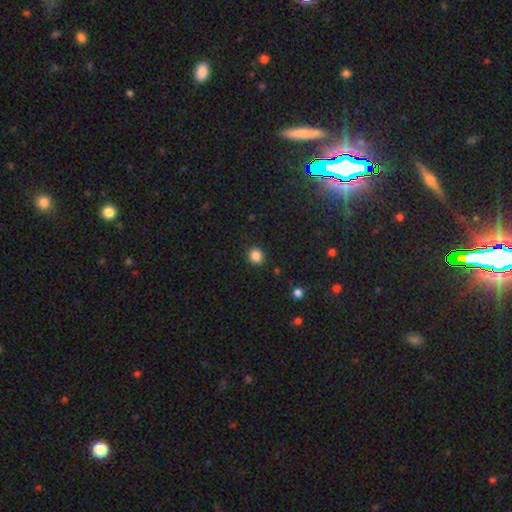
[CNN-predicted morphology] smooth_or_featured: smooth (p=0.86) [alt: star or artifact p=0.11]
how_rounded: round (p=0.86) [alt: in between p=0.13]
merging: none (p=0.90) [alt: minor disturbance p=0.06]